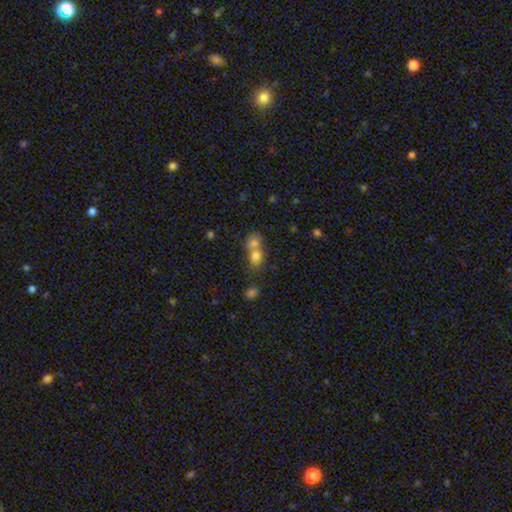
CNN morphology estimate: A smooth galaxy with no disk features (74%) that is round (55%).

Vote fractions:
- Smooth or featured? smooth: 74% / star or artifact: 13% / featured or disk: 12%
- How rounded? round: 55% / in between: 43% / cigar-shaped: 2%
- Merging? merger: 61% / none: 29% / minor disturbance: 7% / major disturbance: 4%